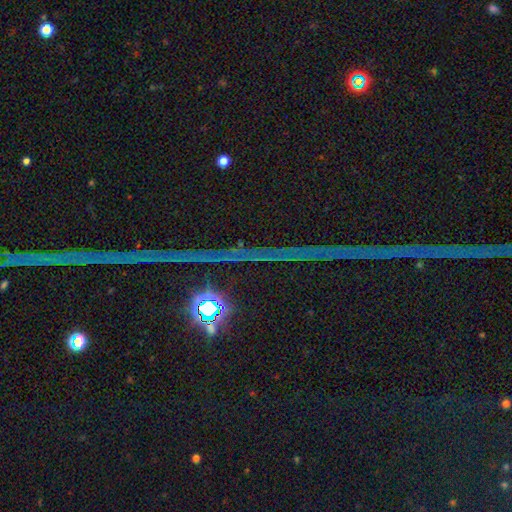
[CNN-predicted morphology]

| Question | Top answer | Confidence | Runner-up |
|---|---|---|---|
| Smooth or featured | star or artifact | 87% | featured or disk (7%) |